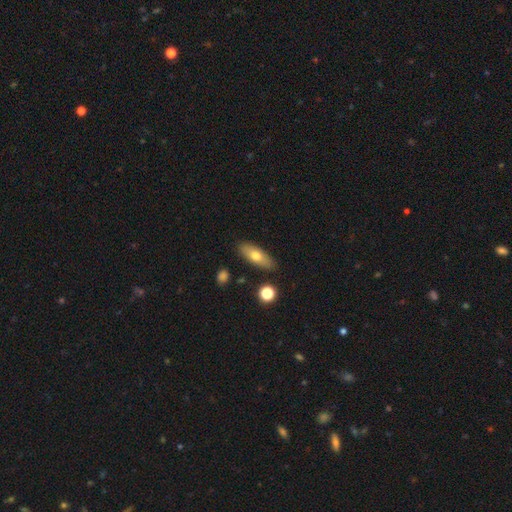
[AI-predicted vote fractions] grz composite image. It shows a smooth galaxy with no disk features (66%) that is in between round and cigar-shaped (63%). Merging: none (86%).